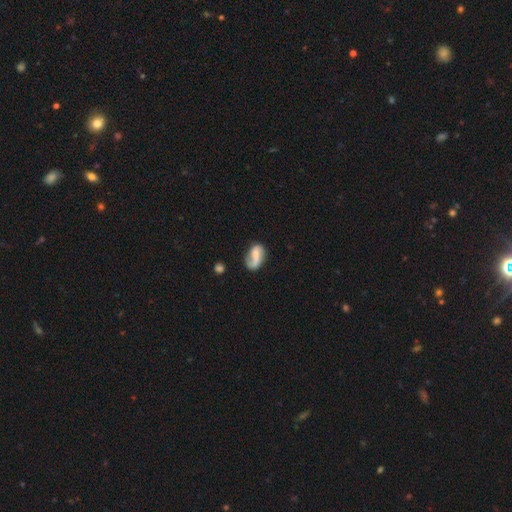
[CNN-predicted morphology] smooth_or_featured: smooth (p=0.46) [tied with: featured or disk p=0.46]
merging: none (p=0.54) [alt: minor disturbance p=0.26]